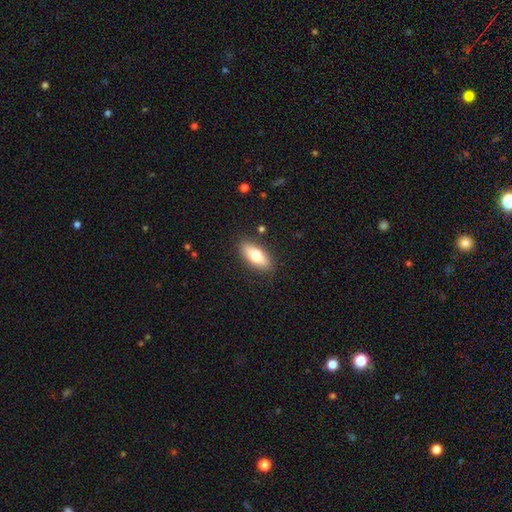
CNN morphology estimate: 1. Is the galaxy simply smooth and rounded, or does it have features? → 70% smooth, 24% featured or disk, 7% star or artifact.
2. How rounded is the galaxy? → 79% in between, 17% cigar-shaped, 4% round.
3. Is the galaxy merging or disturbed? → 87% none, 9% minor disturbance, 2% major disturbance, 1% merger.